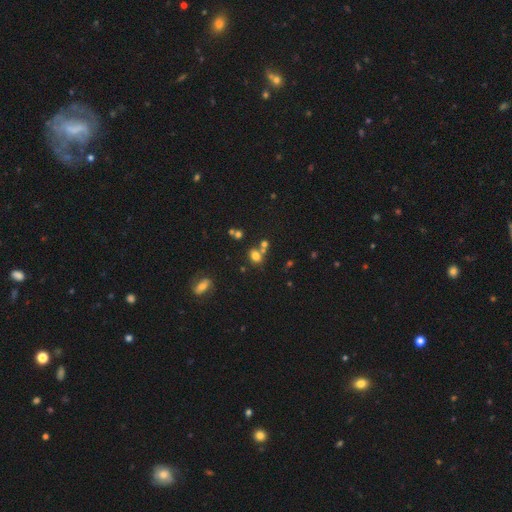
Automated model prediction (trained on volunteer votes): This is likely a smooth galaxy (72%). How rounded: possibly in between (51%). Merging: possibly none (58%).